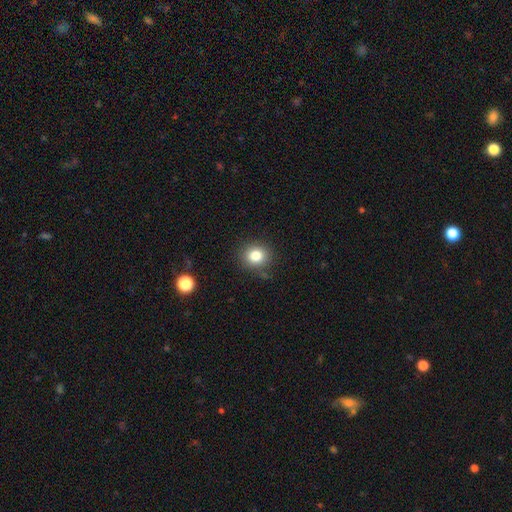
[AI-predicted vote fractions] Morphology: type=smooth (81%); roundness=round (82%); merging=none (85%).